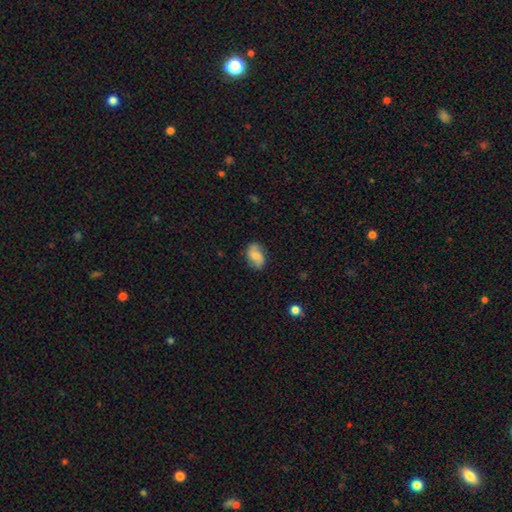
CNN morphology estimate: Smooth or featured: smooth — 50% (featured or disk — 41%)
How rounded: in between — 83% (round — 15%)
Merging: none — 77% (minor disturbance — 17%)